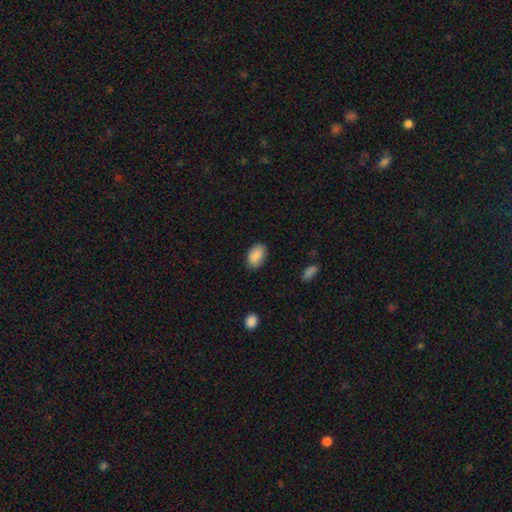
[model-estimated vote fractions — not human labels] Smooth or featured? Predicted: smooth (p=0.89). How rounded? Predicted: in between (p=0.89). Merging? Predicted: none (p=0.83).